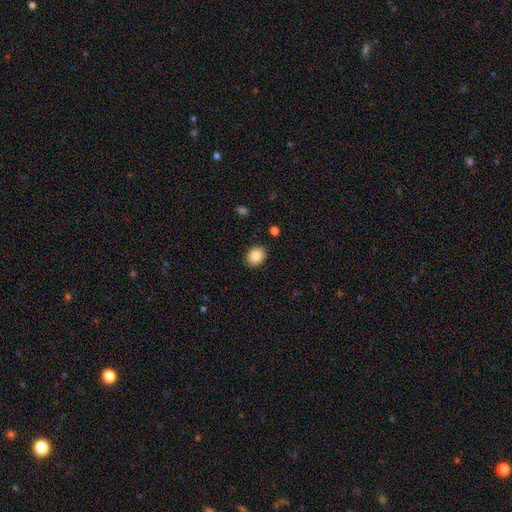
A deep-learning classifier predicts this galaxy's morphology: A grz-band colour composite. It shows a smooth galaxy with no disk features (86%) that is round (52%). Merging: none (87%).